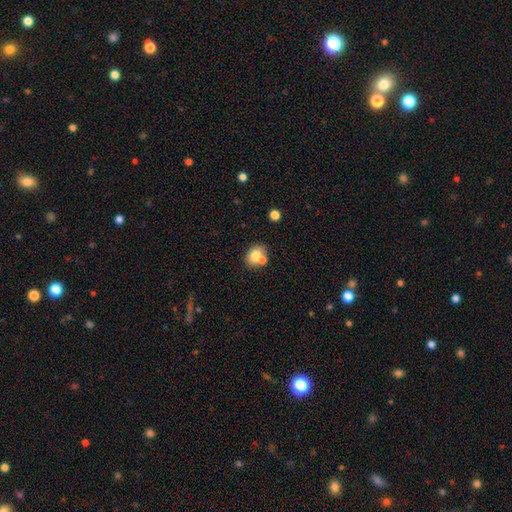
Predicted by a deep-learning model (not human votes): Smooth or featured? smooth (74%)
How rounded? in between (51%)
Merging? none (56%)